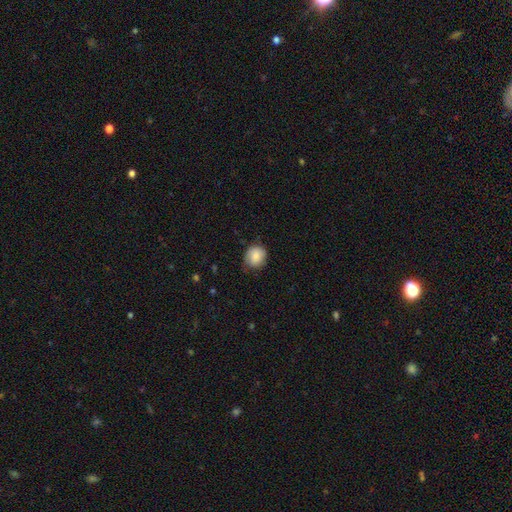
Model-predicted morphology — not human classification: A smooth galaxy with no disk features (82%) that is round (76%).

Vote fractions:
- Smooth or featured? smooth: 82% / featured or disk: 11% / star or artifact: 7%
- How rounded? round: 76% / in between: 23% / cigar-shaped: 1%
- Merging? none: 65% / minor disturbance: 27% / major disturbance: 6% / merger: 1%